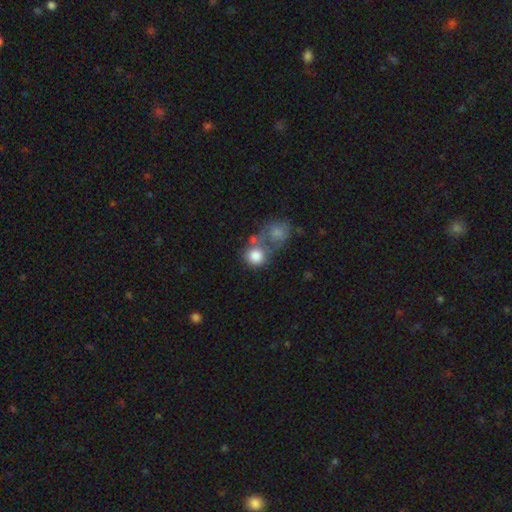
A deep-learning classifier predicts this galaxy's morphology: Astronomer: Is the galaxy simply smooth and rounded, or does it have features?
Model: smooth — 79%.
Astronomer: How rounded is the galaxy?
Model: round — 80%.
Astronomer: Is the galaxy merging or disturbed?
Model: merger — 44% (runner-up: none, 33%).